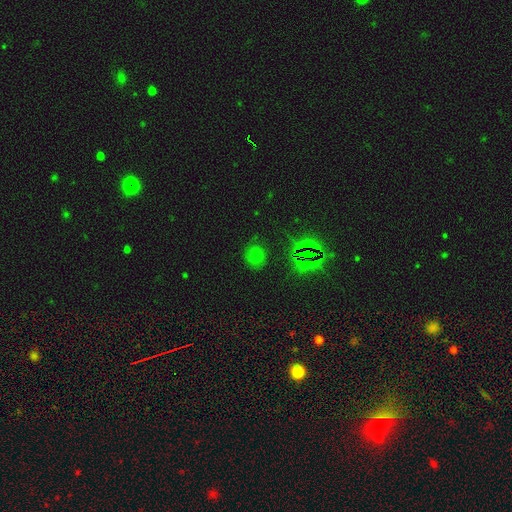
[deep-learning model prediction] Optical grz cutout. It shows a smooth galaxy with no disk features (49%). Merging: none (84%).